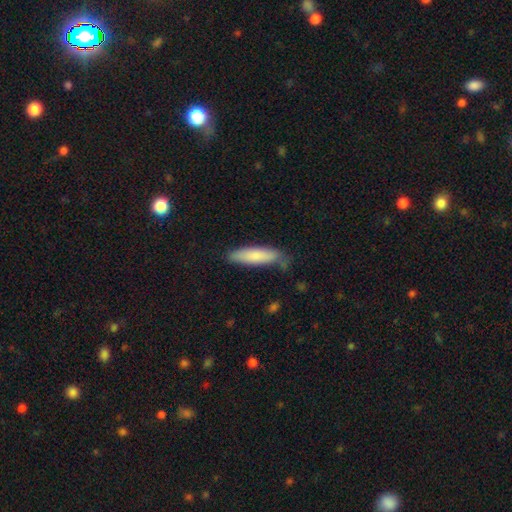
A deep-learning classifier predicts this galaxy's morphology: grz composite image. It shows a smooth galaxy with no disk features (81%) that is cigar-shaped (68%). Merging: none (71%).